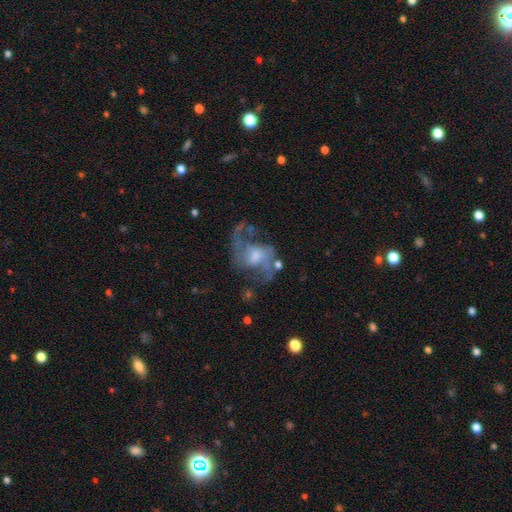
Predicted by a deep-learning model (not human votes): This appears to be a featured or disk galaxy (85%) with a weak bar (45%, tied with no), 2 (84%) loose (51%) spiral arms (94%) and a moderate central bulge (45%). Merging: none (58%).